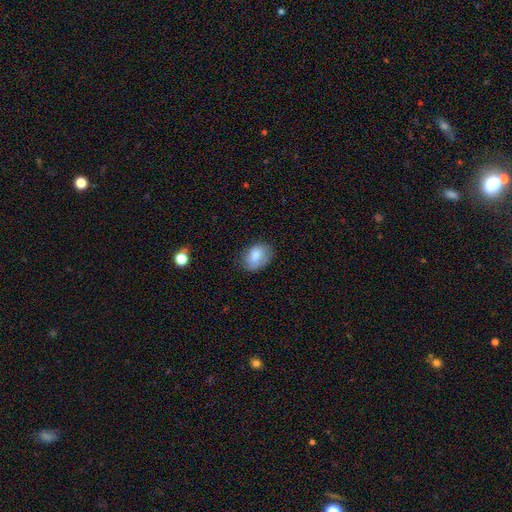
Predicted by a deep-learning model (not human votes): The model was most divided on "merging": none: 69%, minor disturbance: 23%, major disturbance: 6%, merger: 2%. More confident: how rounded — in between (82%); smooth or featured — smooth (82%).